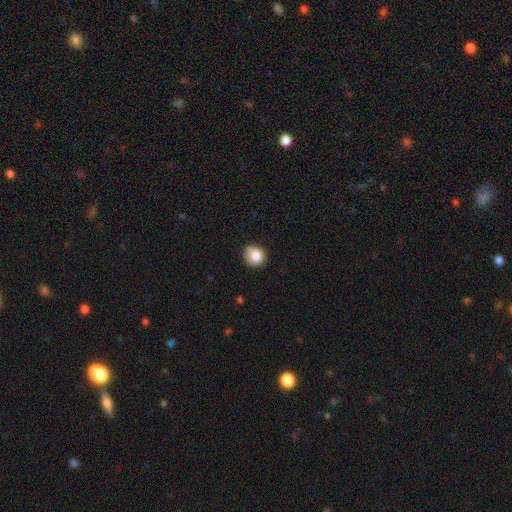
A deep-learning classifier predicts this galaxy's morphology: smooth 83%, star or artifact 9%, featured or disk 8%. Down the decision tree: how rounded — round (86%); merging — none (71%).